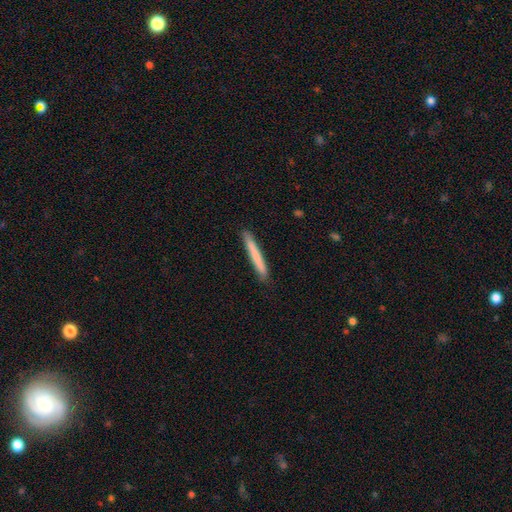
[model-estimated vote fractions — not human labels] This is likely a smooth galaxy (74%). How rounded: clearly cigar-shaped (97%). Merging: clearly none (91%).